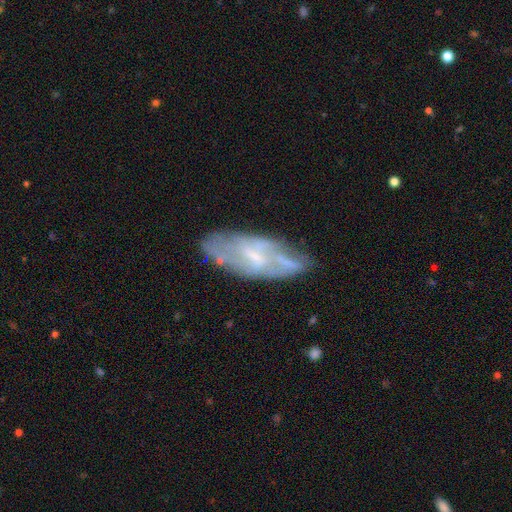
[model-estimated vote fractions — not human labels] A featured or disk galaxy (67%) with a weak bar (46%), spiral arms (60%) and a small central bulge (57%).

Vote fractions:
- Smooth or featured? featured or disk: 67% / smooth: 25% / star or artifact: 7%
- Edge-on disk? no: 86% / yes: 14%
- Bar? weak: 46% / no: 39% / strong: 15%
- Spiral arms? yes: 60% / no: 40%
- Bulge size? small: 57% / moderate: 23% / none: 17% / large: 2% / dominant: 1%
- Merging? none: 63% / minor disturbance: 23% / major disturbance: 10% / merger: 4%